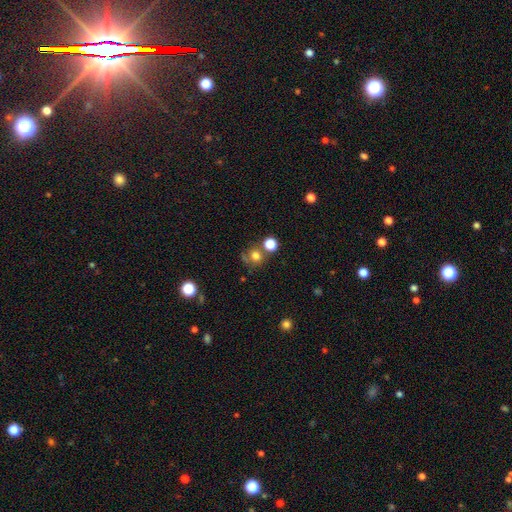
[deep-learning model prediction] Morphology: type=smooth (70%); roundness=round (83%); merging=none (58%).